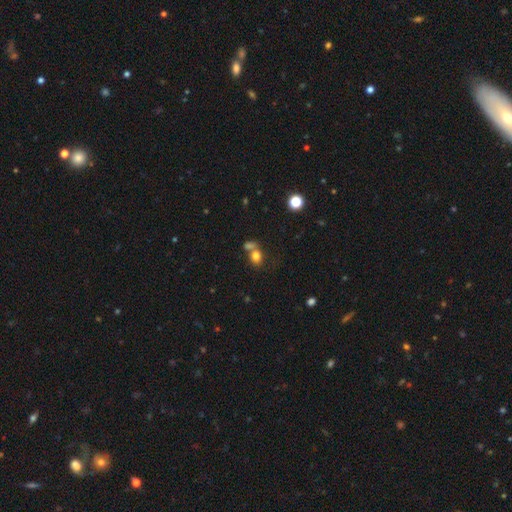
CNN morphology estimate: The model was most divided on "merging": merger: 44%, none: 41%, minor disturbance: 10%, major disturbance: 5%. More confident: smooth or featured — smooth (78%); how rounded — round (53%).